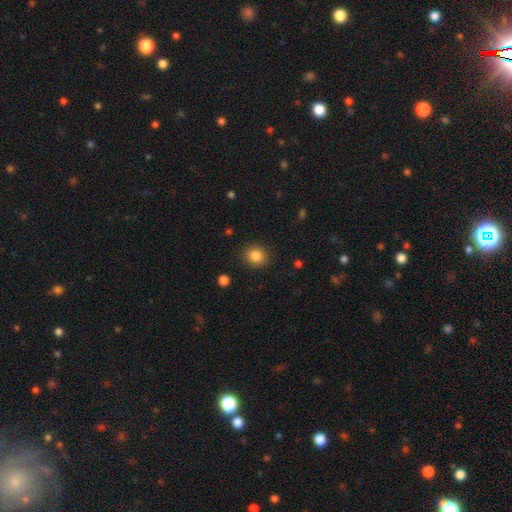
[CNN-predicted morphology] smooth_or_featured: smooth (p=0.86) [alt: star or artifact p=0.10]
how_rounded: round (p=0.71) [alt: in between p=0.28]
merging: none (p=0.88) [alt: minor disturbance p=0.08]